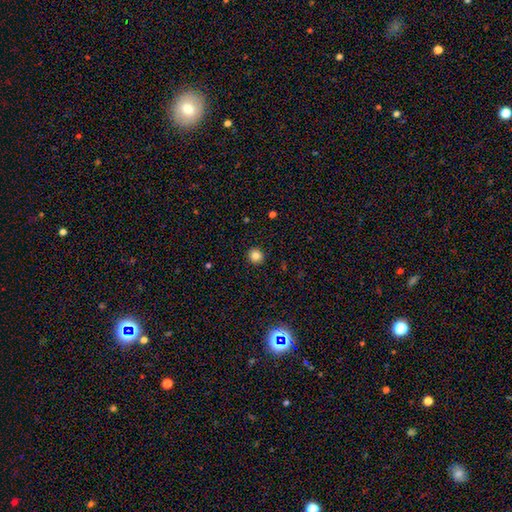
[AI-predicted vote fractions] Smooth or featured? smooth (83%)
How rounded? round (90%)
Merging? none (92%)